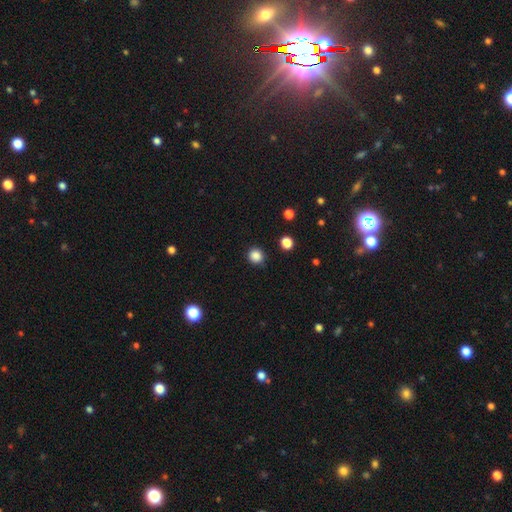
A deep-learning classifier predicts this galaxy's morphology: Overall: smooth (86%). How rounded: round (88%). Merging: none (88%).